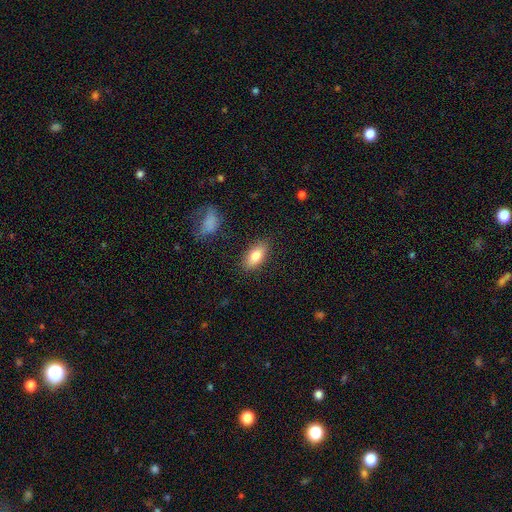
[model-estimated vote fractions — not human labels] Overall: smooth (80%). How rounded: in between (87%). Merging: none (86%).